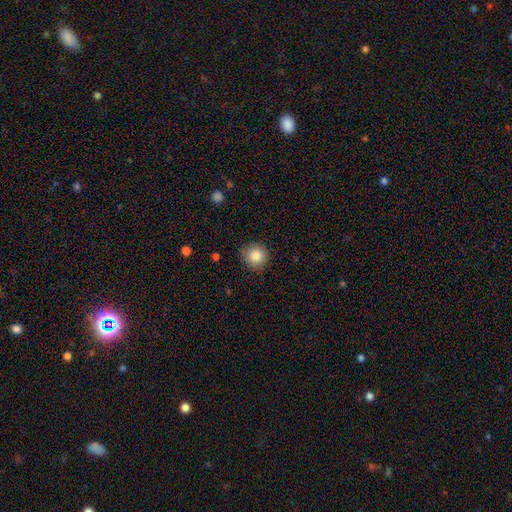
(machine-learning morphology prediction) Smooth or featured? smooth (83%)
How rounded? round (93%)
Merging? none (85%)